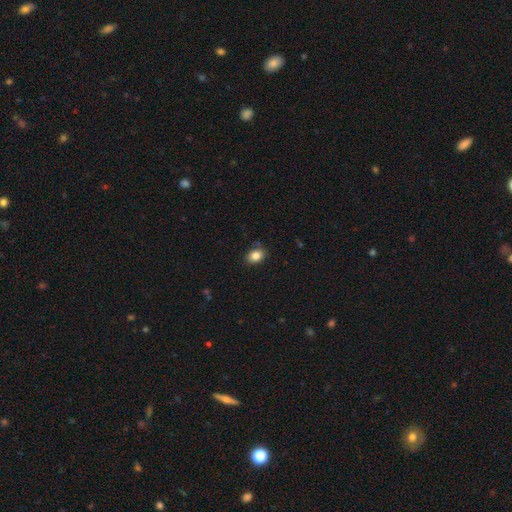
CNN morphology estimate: type=smooth (86%); roundness=in between (69%); merging=none (84%).